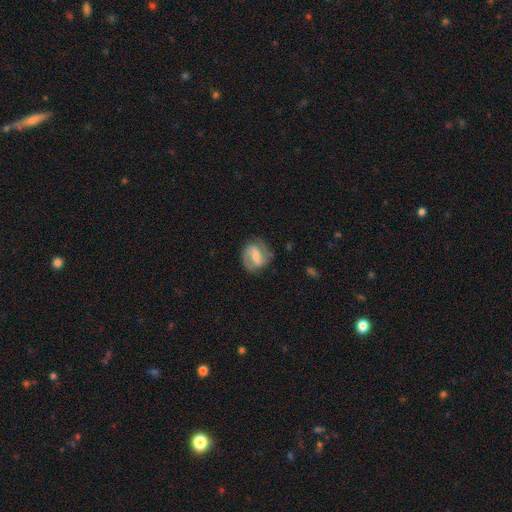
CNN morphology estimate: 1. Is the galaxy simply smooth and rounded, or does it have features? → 72% featured or disk, 22% smooth, 6% star or artifact.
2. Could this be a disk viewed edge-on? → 96% no, 4% yes.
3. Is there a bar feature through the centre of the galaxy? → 43% strong, 42% weak, 15% no.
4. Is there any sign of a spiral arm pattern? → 87% yes, 13% no.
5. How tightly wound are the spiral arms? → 48% medium, 29% tight, 23% loose.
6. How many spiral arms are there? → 84% 2, 8% can't tell, 5% 1, 2% 3, 1% 4, 1% more than 4.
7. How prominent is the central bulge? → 46% small, 45% moderate, 4% none, 4% large, 1% dominant.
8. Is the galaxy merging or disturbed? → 74% none, 17% minor disturbance, 7% major disturbance, 1% merger.